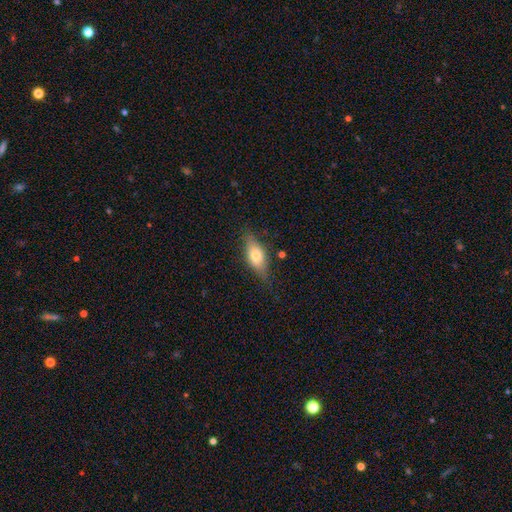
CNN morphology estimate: Overall: smooth (64%; featured or disk 29%). How rounded: in between (73%). Merging: none (77%).